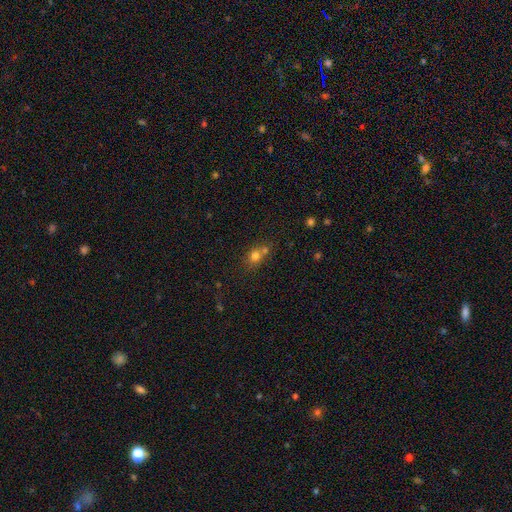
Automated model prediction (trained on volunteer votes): smooth_or_featured: smooth (p=0.74) [alt: star or artifact p=0.16]
how_rounded: round (p=0.71) [alt: in between p=0.27]
merging: none (p=0.47) [alt: merger p=0.40]